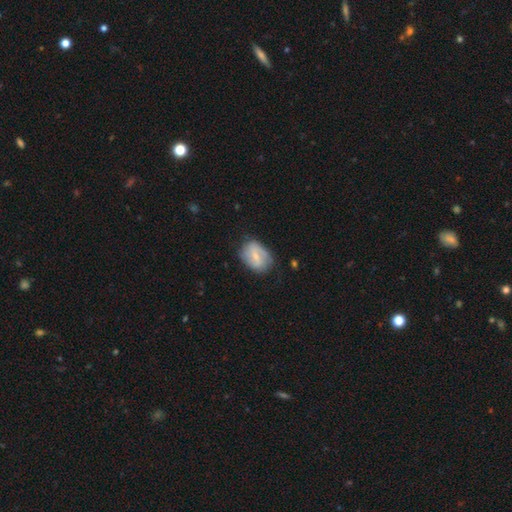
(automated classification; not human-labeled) A featured or disk galaxy (53%) with a weak bar (53%), spiral arms (77%) and a small central bulge (59%).

Vote fractions:
- Smooth or featured? featured or disk: 53% / smooth: 40% / star or artifact: 7%
- Edge-on disk? no: 96% / yes: 4%
- Bar? weak: 53% / no: 28% / strong: 19%
- Spiral arms? yes: 77% / no: 23%
- Bulge size? small: 59% / moderate: 30% / none: 8% / large: 2% / dominant: 1%
- Merging? none: 68% / minor disturbance: 24% / major disturbance: 7% / merger: 2%